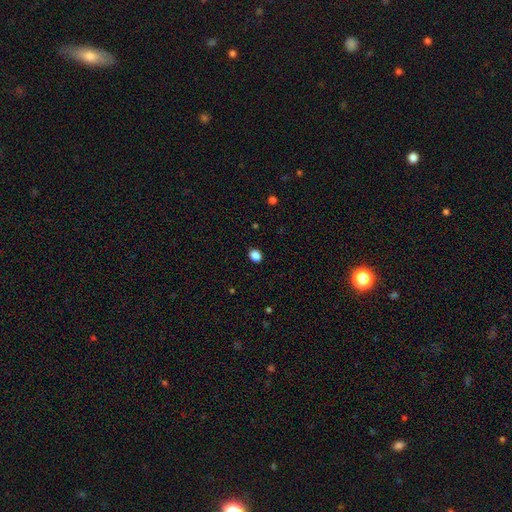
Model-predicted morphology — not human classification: type=smooth (86%); roundness=in between (50%); merging=none (90%).